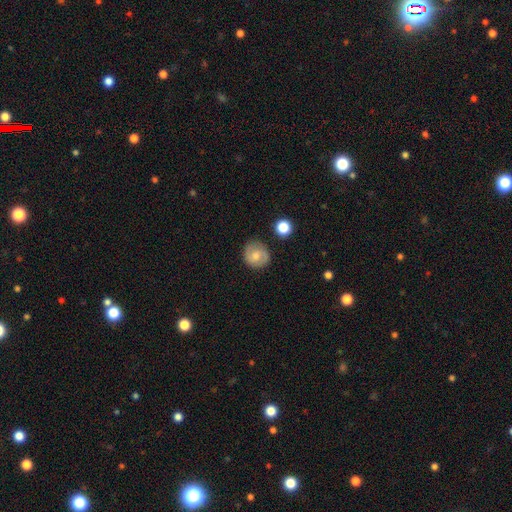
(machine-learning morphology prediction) Smooth or featured? featured or disk (53%)
Edge-on disk? no (97%)
Bar? no (53%)
Spiral arms? yes (87%)
Bulge size? moderate (56%)
Merging? none (81%)